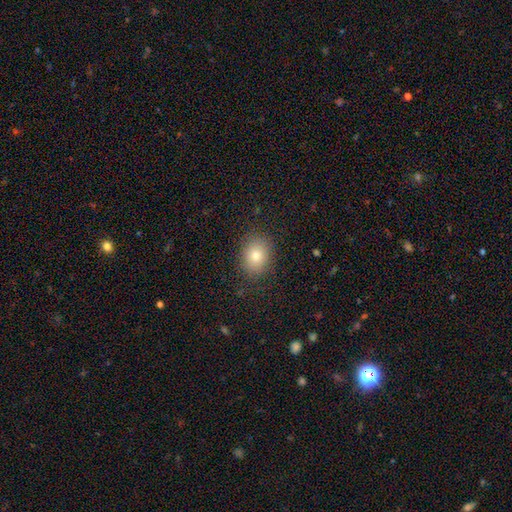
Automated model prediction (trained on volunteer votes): Smooth or featured?
  - smooth: 78% *
  - star or artifact: 11%
  - featured or disk: 11%
How rounded?
  - in between: 52% *
  - round: 47%
  - cigar-shaped: 1%
Merging?
  - none: 87% *
  - minor disturbance: 9%
  - major disturbance: 3%
  - merger: 1%